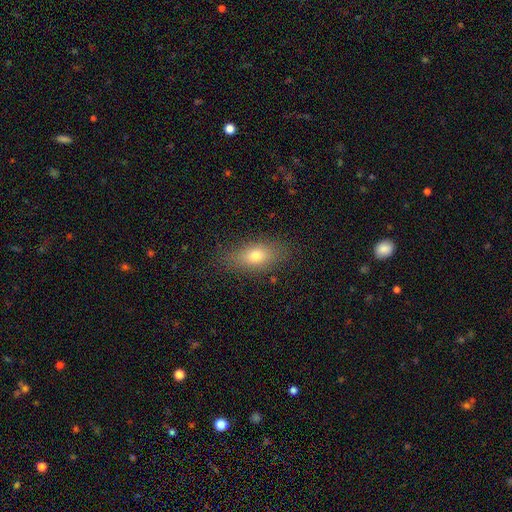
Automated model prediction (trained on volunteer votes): smooth 74%, featured or disk 15%, star or artifact 10%. Down the decision tree: how rounded — in between (82%); merging — none (83%).